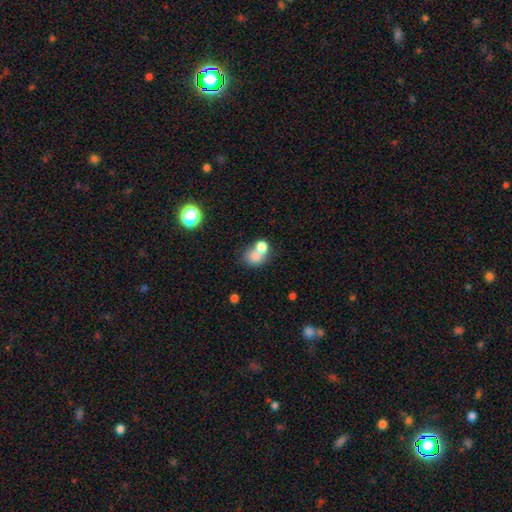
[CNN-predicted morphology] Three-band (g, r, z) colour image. It shows a smooth galaxy with no disk features (74%) that is round (58%). Merging: merger (56%).